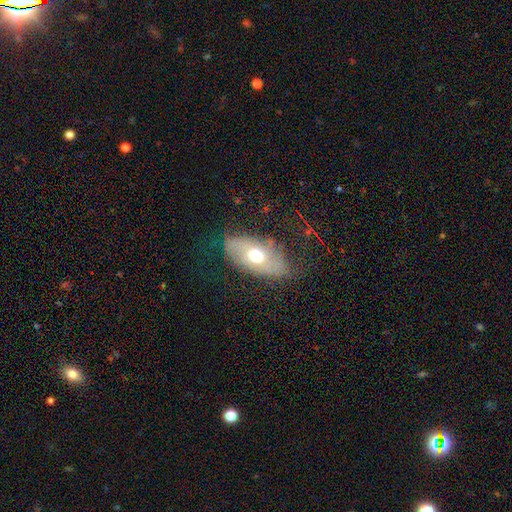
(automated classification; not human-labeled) The model was most divided on "smooth or featured": smooth: 46%, featured or disk: 44%, star or artifact: 9%. More confident: merging — none (63%).